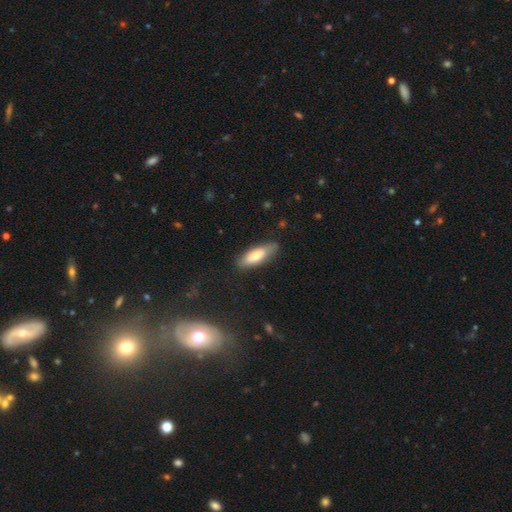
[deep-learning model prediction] A smooth galaxy with no disk features (70%) that is in between round and cigar-shaped (66%).

Vote fractions:
- Smooth or featured? smooth: 70% / featured or disk: 24% / star or artifact: 6%
- How rounded? in between: 66% / cigar-shaped: 32% / round: 2%
- Merging? none: 78% / minor disturbance: 17% / major disturbance: 3% / merger: 1%